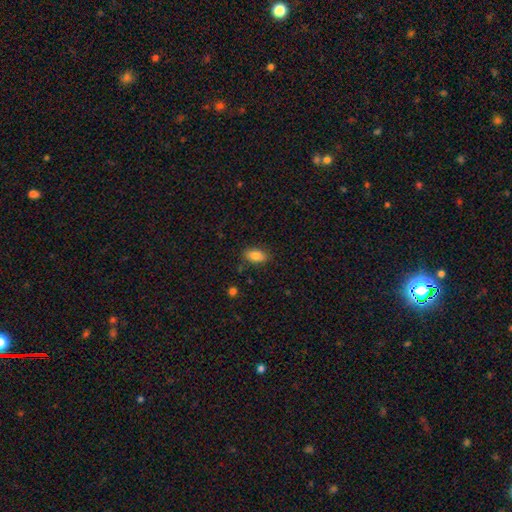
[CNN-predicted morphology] This appears to be a smooth galaxy with no disk features (82%) that is in between round and cigar-shaped (89%). Merging: none (83%).